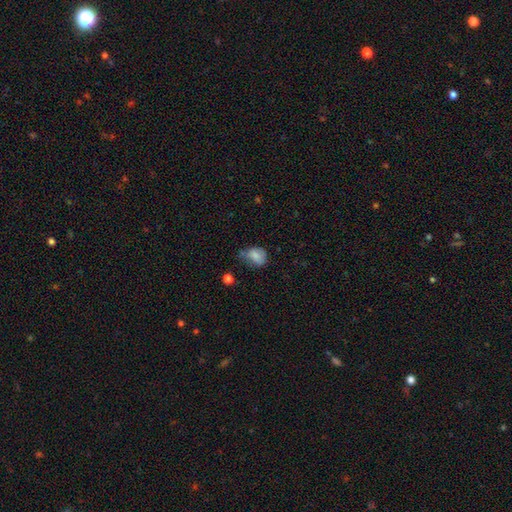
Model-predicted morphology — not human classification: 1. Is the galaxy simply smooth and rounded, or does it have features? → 76% smooth, 14% featured or disk, 10% star or artifact.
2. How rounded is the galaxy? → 55% in between, 44% round, 1% cigar-shaped.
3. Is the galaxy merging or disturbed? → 43% none, 36% minor disturbance, 14% major disturbance, 7% merger.